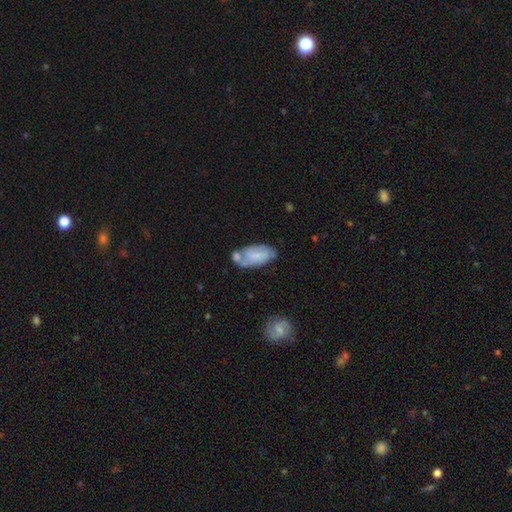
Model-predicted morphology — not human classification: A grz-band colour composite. It shows a smooth galaxy with no disk features (49%). Merging: none (39%).